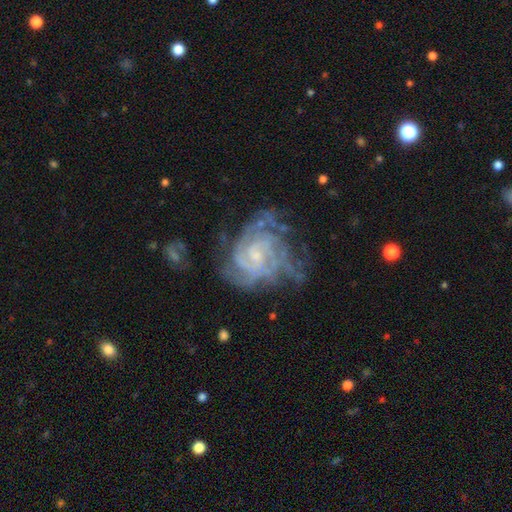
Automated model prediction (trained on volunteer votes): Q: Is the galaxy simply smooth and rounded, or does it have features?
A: featured or disk — 86%.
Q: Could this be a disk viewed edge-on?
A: no — 98%.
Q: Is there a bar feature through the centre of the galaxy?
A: no — 52%.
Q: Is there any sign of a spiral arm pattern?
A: yes — 95%.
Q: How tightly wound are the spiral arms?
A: tight — 63%.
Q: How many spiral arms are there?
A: can't tell — 34%.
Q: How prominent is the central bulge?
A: small — 60%.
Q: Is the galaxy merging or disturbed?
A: none — 54%.